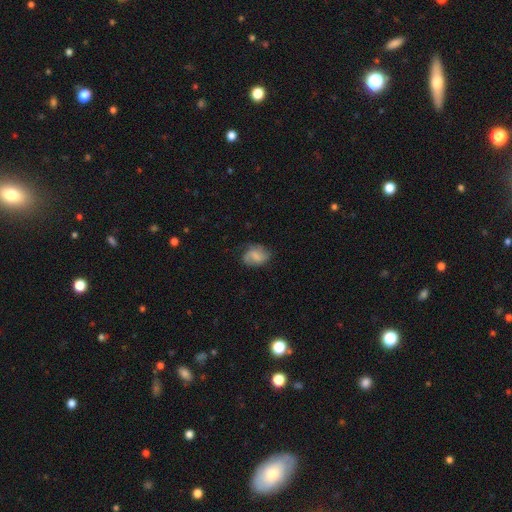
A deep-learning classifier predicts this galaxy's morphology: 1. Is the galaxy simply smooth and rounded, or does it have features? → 52% smooth, 40% featured or disk, 8% star or artifact.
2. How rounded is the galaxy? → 65% in between, 34% round, 1% cigar-shaped.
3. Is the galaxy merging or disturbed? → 60% none, 26% minor disturbance, 12% major disturbance, 2% merger.